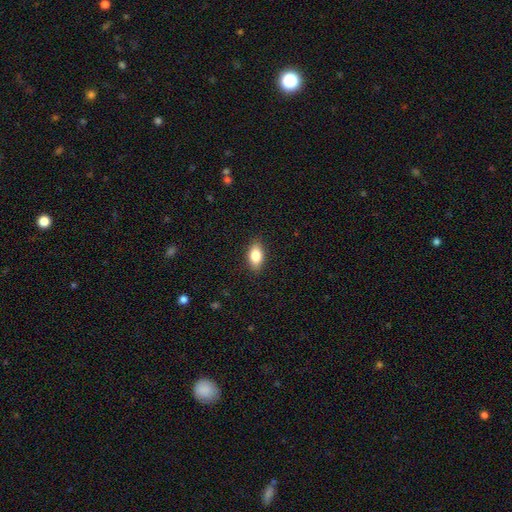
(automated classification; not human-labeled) Smooth or featured?
  - smooth: 83% *
  - featured or disk: 9%
  - star or artifact: 8%
How rounded?
  - in between: 89% *
  - round: 7%
  - cigar-shaped: 4%
Merging?
  - none: 88% *
  - minor disturbance: 9%
  - major disturbance: 2%
  - merger: 1%